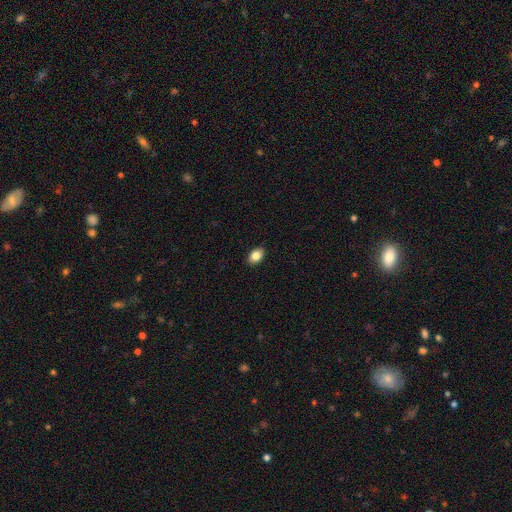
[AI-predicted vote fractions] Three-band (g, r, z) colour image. It shows a smooth galaxy with no disk features (84%) that is in between round and cigar-shaped (84%). Merging: none (90%).